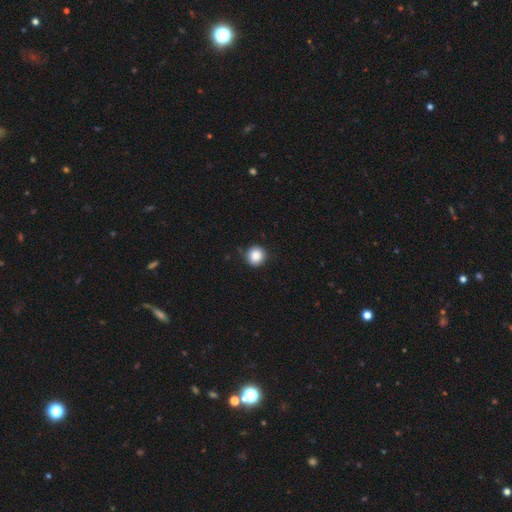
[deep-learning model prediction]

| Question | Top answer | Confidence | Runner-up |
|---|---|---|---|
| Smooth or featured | smooth | 87% | star or artifact (10%) |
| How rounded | round | 93% | in between (6%) |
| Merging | none | 87% | minor disturbance (10%) |